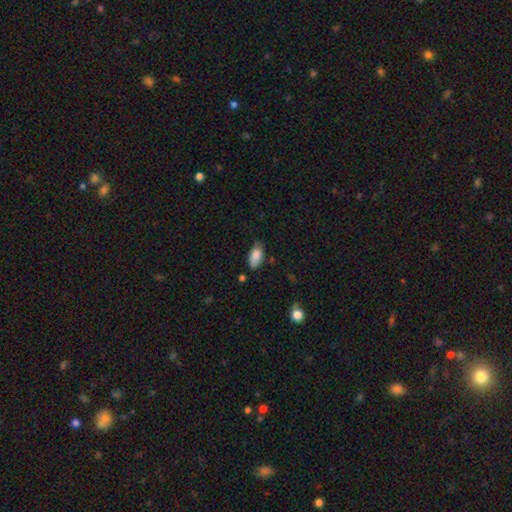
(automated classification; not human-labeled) Smooth or featured? smooth (85%)
How rounded? in between (92%)
Merging? none (66%)